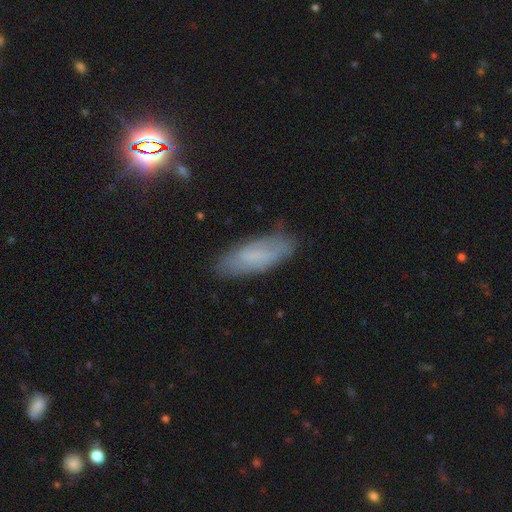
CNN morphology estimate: A smooth galaxy with no disk features (62%) that is in between round and cigar-shaped (63%). Merging: none (79%).